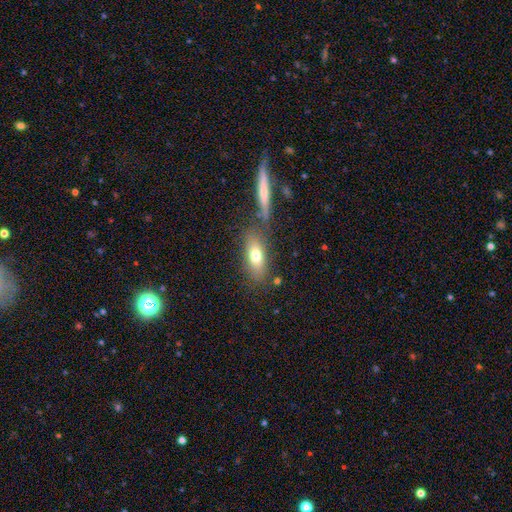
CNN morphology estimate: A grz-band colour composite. It shows a smooth galaxy with no disk features (70%) that is in between round and cigar-shaped (72%). Merging: none (68%).